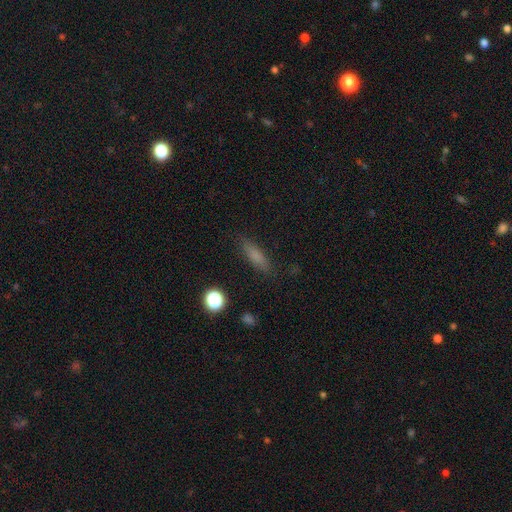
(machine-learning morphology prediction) Smooth or featured?
  - smooth: 75% *
  - featured or disk: 14%
  - star or artifact: 11%
How rounded?
  - cigar-shaped: 66% *
  - in between: 31%
  - round: 3%
Merging?
  - none: 84% *
  - minor disturbance: 11%
  - major disturbance: 3%
  - merger: 1%